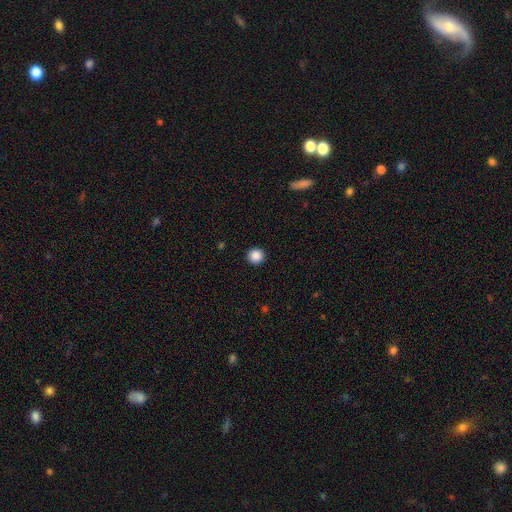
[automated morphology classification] type=smooth (88%); roundness=round (95%); merging=none (93%).